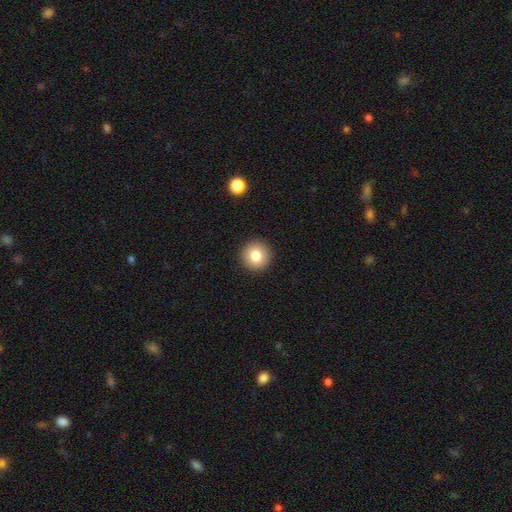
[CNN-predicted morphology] smooth_or_featured: smooth (p=0.81) [alt: featured or disk p=0.10]
how_rounded: round (p=0.95) [alt: in between p=0.04]
merging: none (p=0.93) [alt: minor disturbance p=0.05]